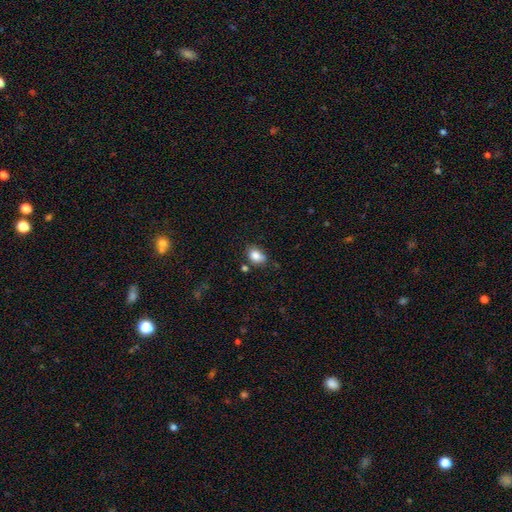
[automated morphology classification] A smooth galaxy with no disk features (84%) that is in between round and cigar-shaped (77%). Merging: none (67%).